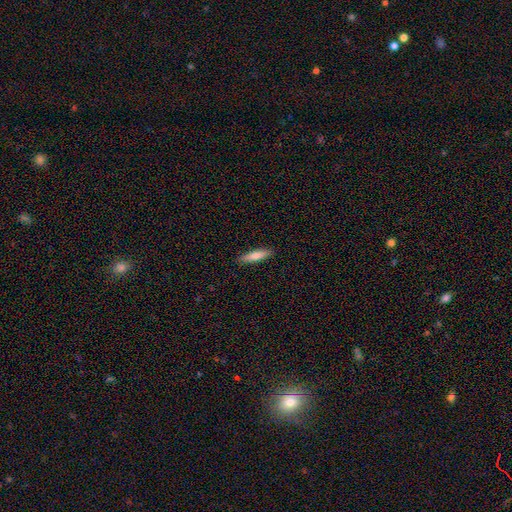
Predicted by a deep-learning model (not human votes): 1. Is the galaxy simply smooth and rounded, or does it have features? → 78% smooth, 16% featured or disk, 6% star or artifact.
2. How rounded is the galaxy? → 77% cigar-shaped, 21% in between, 1% round.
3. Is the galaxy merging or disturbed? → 89% none, 8% minor disturbance, 2% major disturbance, 1% merger.